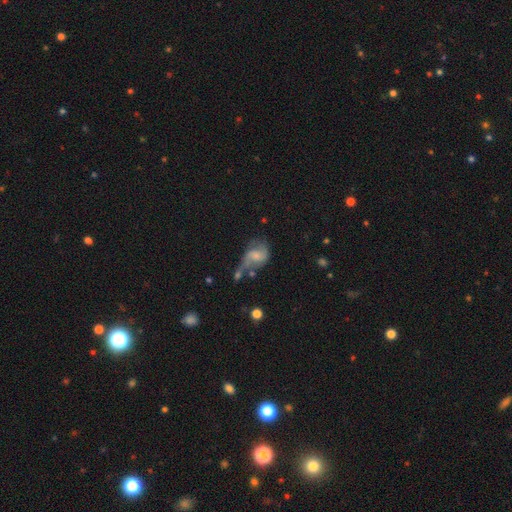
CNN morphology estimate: type=featured or disk (61%); edge-on=no (97%); bar=no (54%); spiral arms=yes (83%); bulge=small (48%); merging=major disturbance (29%).